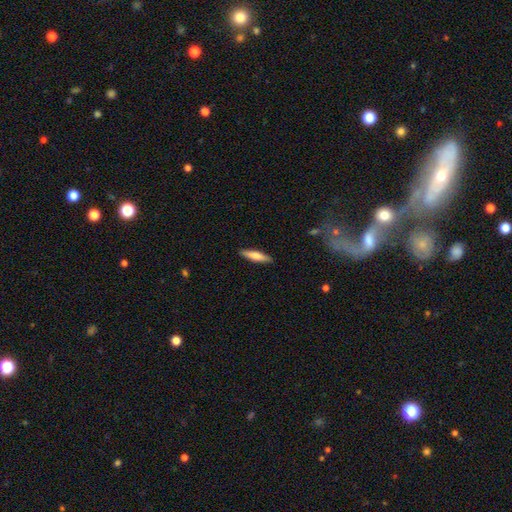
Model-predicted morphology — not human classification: The model was most divided on "smooth or featured": smooth: 68%, featured or disk: 26%, star or artifact: 6%. More confident: merging — none (89%); how rounded — cigar-shaped (77%).